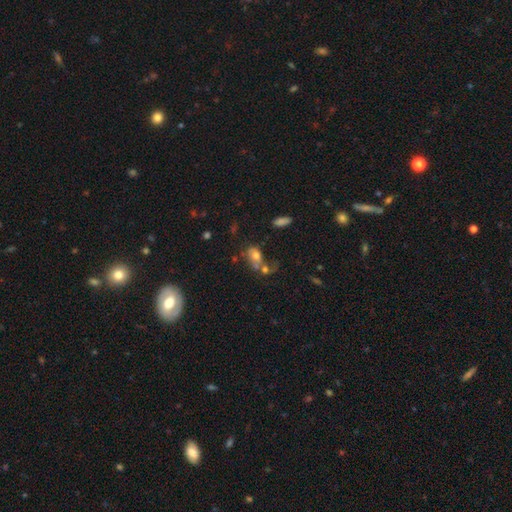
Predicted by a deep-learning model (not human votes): Smooth or featured?
  - smooth: 65% *
  - featured or disk: 23%
  - star or artifact: 13%
How rounded?
  - in between: 68% *
  - round: 30%
  - cigar-shaped: 2%
Merging?
  - merger: 49% *
  - none: 26%
  - major disturbance: 13%
  - minor disturbance: 12%